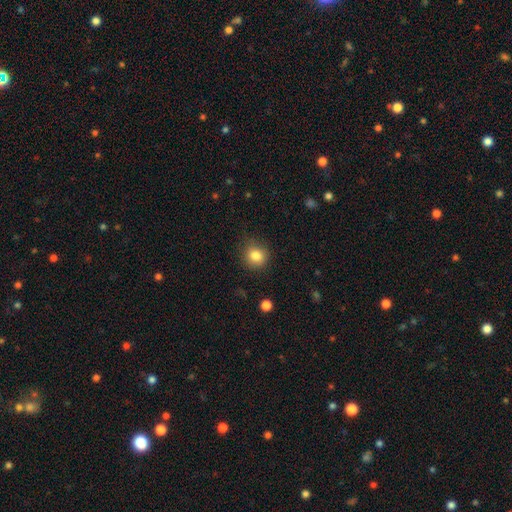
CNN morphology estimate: A smooth galaxy with no disk features (83%) that is round (84%). Merging: none (83%).